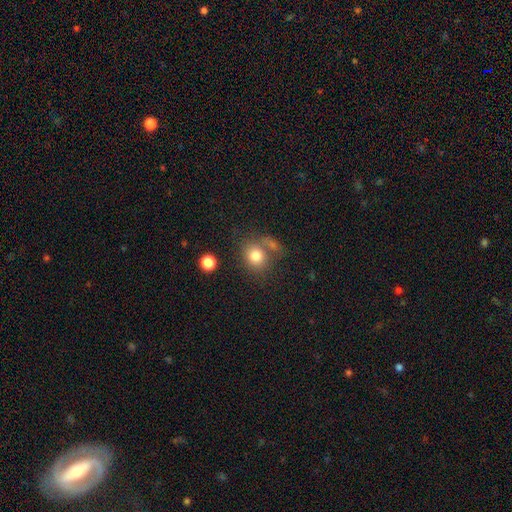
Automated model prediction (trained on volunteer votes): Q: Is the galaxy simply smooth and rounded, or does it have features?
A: smooth — 80%.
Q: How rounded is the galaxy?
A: round — 73%.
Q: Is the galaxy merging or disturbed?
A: none — 54%.